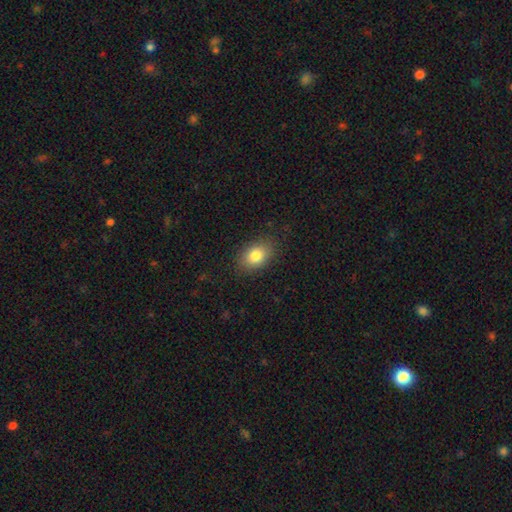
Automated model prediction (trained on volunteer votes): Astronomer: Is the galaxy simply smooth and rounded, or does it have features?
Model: smooth — 82%.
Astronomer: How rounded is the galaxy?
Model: in between — 80%.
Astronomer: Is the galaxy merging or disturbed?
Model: none — 85%.